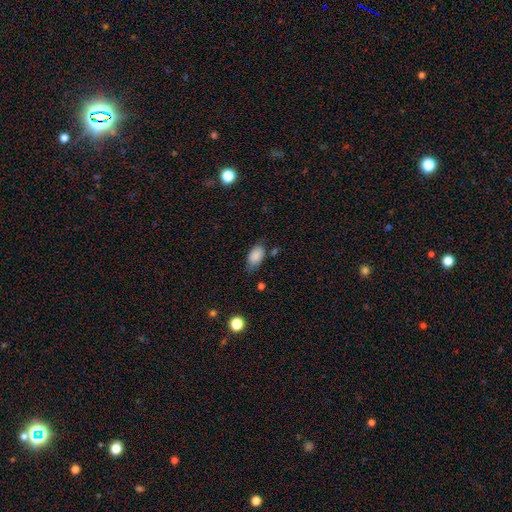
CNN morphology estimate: This is clearly a smooth galaxy (85%). How rounded: clearly in between (92%). Merging: likely none (63%).